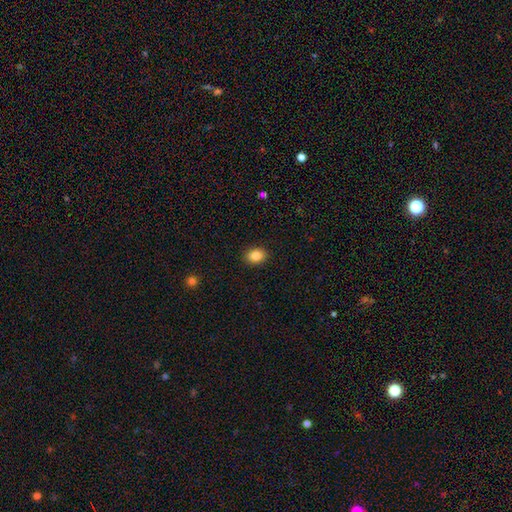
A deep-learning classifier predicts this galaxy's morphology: A smooth galaxy with no disk features (85%) that is in between round and cigar-shaped (56%). Merging: none (91%).